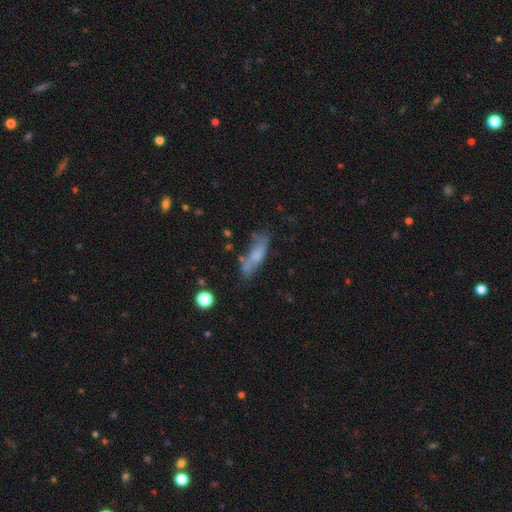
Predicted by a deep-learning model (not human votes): Smooth or featured?
  - smooth: 57% *
  - featured or disk: 34%
  - star or artifact: 9%
How rounded?
  - cigar-shaped: 57% *
  - in between: 40%
  - round: 3%
Merging?
  - none: 57% *
  - minor disturbance: 24%
  - major disturbance: 10%
  - merger: 9%